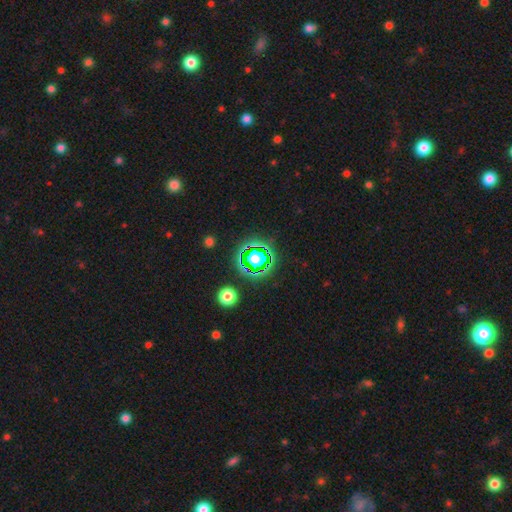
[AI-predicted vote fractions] Q: Smooth or featured?
A: star or artifact (78%); runner-up: smooth (15%)